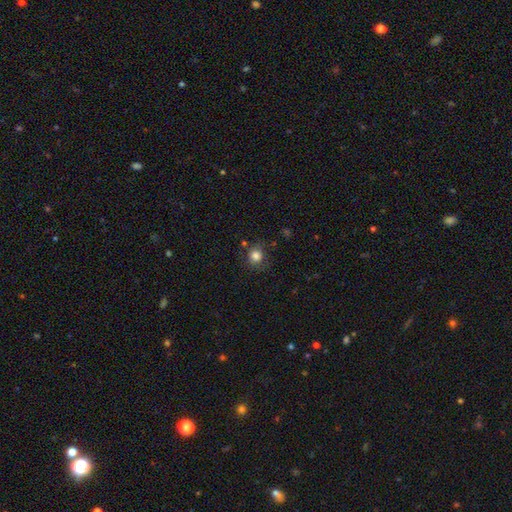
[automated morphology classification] The model was most divided on "merging": none: 75%, minor disturbance: 16%, major disturbance: 5%, merger: 3%. More confident: how rounded — round (83%); smooth or featured — smooth (82%).